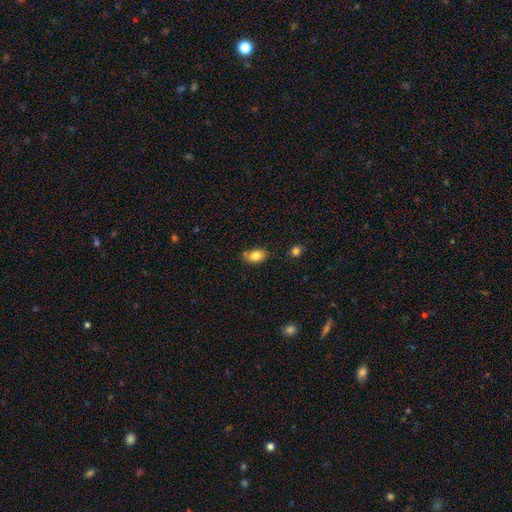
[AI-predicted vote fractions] smooth_or_featured: smooth (p=0.82) [alt: featured or disk p=0.09]
how_rounded: in between (p=0.80) [alt: round p=0.18]
merging: none (p=0.67) [alt: minor disturbance p=0.22]